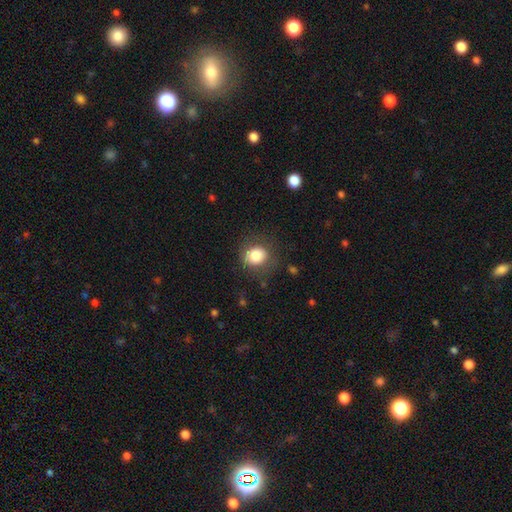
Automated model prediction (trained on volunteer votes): Smooth or featured?
  - smooth: 81% *
  - star or artifact: 10%
  - featured or disk: 9%
How rounded?
  - round: 73% *
  - in between: 26%
  - cigar-shaped: 1%
Merging?
  - none: 76% *
  - minor disturbance: 16%
  - major disturbance: 7%
  - merger: 1%